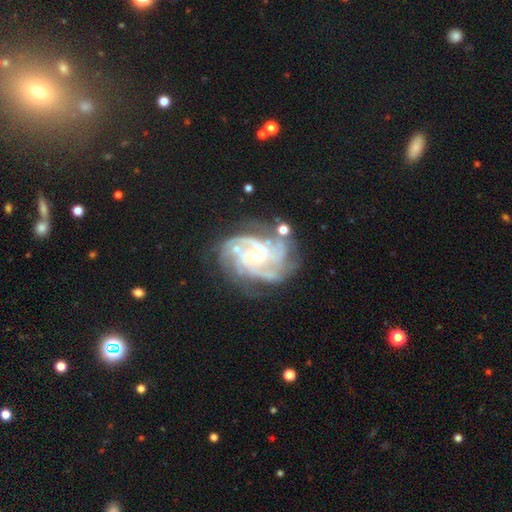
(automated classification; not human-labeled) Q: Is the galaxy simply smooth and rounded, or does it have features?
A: featured or disk — 91%.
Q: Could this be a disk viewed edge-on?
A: no — 98%.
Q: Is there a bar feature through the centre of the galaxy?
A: no — 61%.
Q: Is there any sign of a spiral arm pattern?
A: yes — 97%.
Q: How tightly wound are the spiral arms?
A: tight — 53%.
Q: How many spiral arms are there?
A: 3 — 32%.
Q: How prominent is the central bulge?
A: moderate — 50%.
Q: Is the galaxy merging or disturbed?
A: none — 62%.